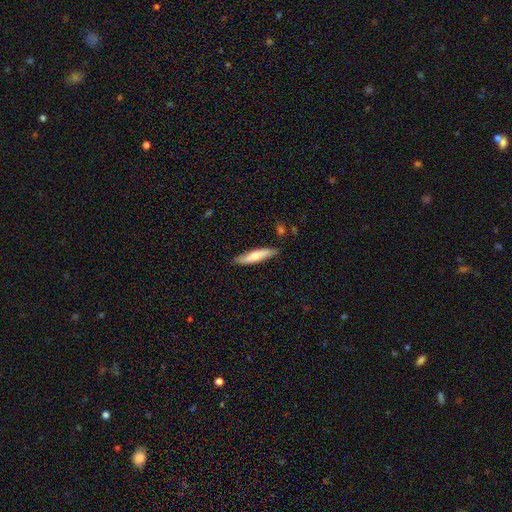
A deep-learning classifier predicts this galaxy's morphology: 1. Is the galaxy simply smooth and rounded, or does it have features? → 62% smooth, 32% featured or disk, 5% star or artifact.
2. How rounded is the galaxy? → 80% cigar-shaped, 19% in between, 2% round.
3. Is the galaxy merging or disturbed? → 84% none, 12% minor disturbance, 2% major disturbance, 2% merger.